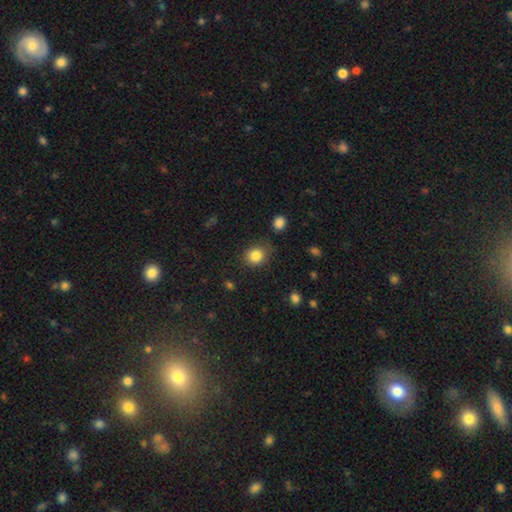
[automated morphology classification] Smooth or featured? smooth (84%)
How rounded? round (67%)
Merging? none (76%)